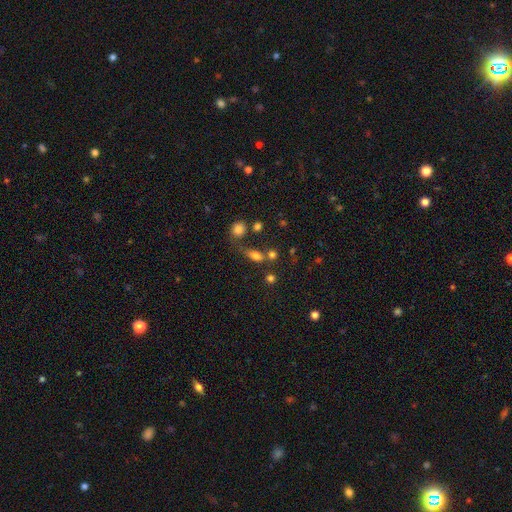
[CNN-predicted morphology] Smooth or featured: smooth — 74% (star or artifact — 14%)
How rounded: in between — 67% (round — 20%)
Merging: none — 45% (merger — 25%)